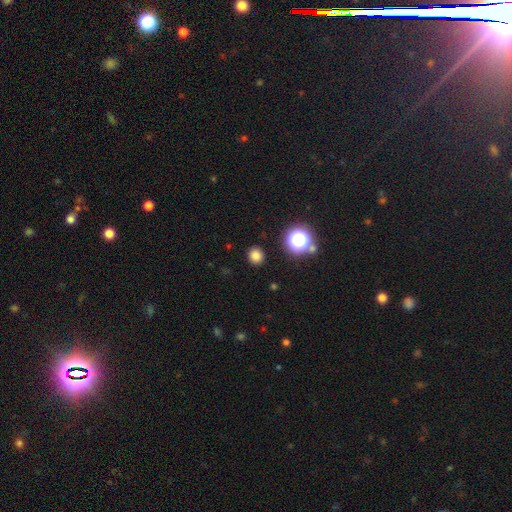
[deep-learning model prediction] A smooth galaxy with no disk features (80%) that is round (87%). Merging: none (91%).